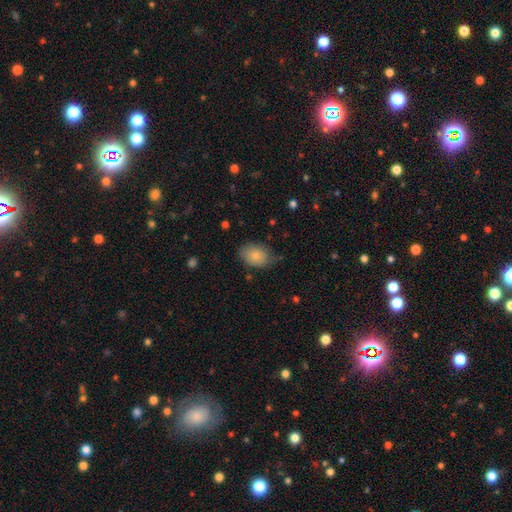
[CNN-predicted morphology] smooth 83%, featured or disk 9%, star or artifact 7%. Down the decision tree: how rounded — in between (78%); merging — none (69%).